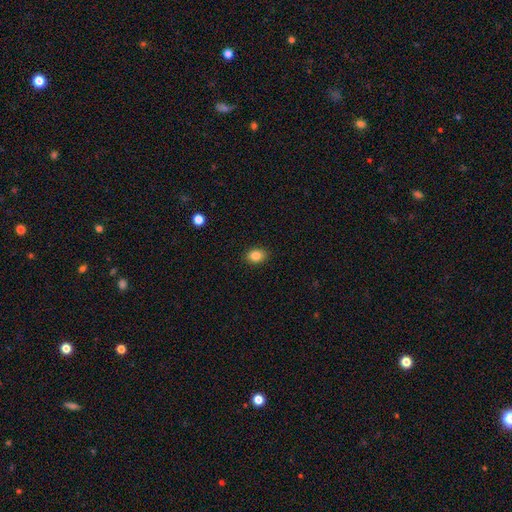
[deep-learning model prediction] This is clearly a smooth galaxy (86%). How rounded: likely in between (64%). Merging: clearly none (89%).